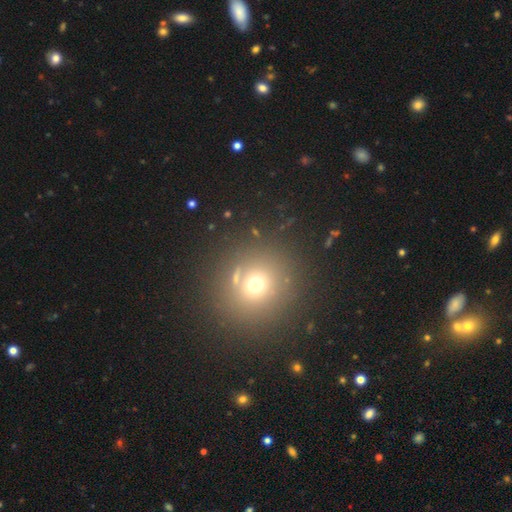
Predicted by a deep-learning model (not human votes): Smooth or featured? smooth (53%)
How rounded? round (93%)
Merging? none (89%)